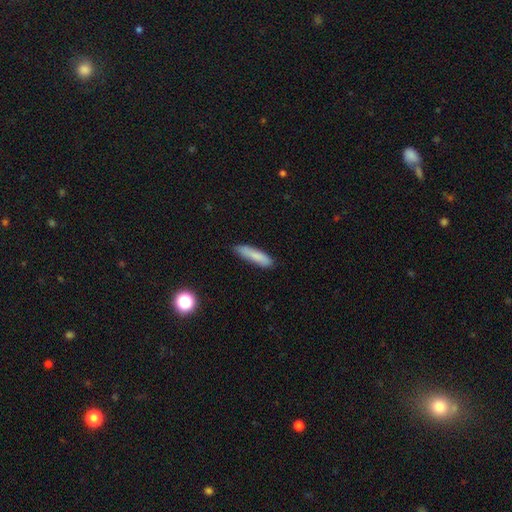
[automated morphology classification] smooth-or-featured: smooth: 82% | featured or disk: 11% | star or artifact: 7%
  how-rounded: cigar-shaped: 73% | in between: 25% | round: 2%
  merging: none: 79% | minor disturbance: 17% | major disturbance: 3% | merger: 2%